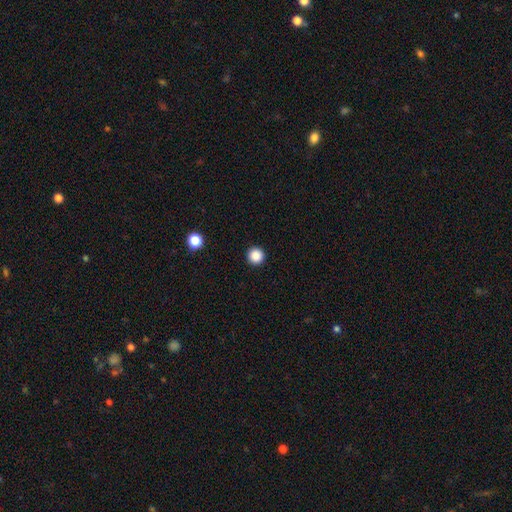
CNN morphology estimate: Smooth or featured? Predicted: smooth (p=0.87). How rounded? Predicted: round (p=0.96). Merging? Predicted: none (p=0.94).